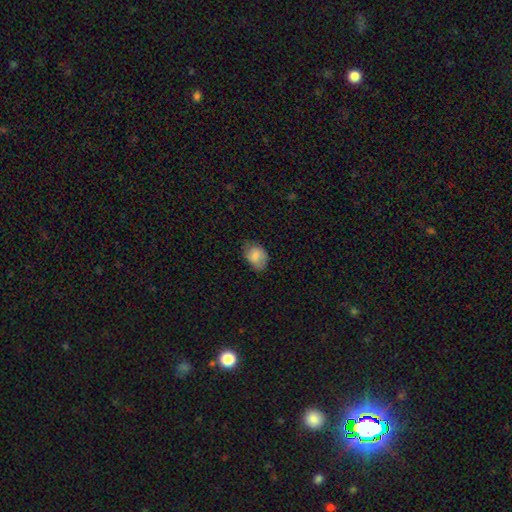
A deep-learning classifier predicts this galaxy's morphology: Smooth or featured?
  - smooth: 81% *
  - featured or disk: 12%
  - star or artifact: 7%
How rounded?
  - in between: 75% *
  - round: 24%
  - cigar-shaped: 1%
Merging?
  - none: 65% *
  - minor disturbance: 28%
  - major disturbance: 6%
  - merger: 1%